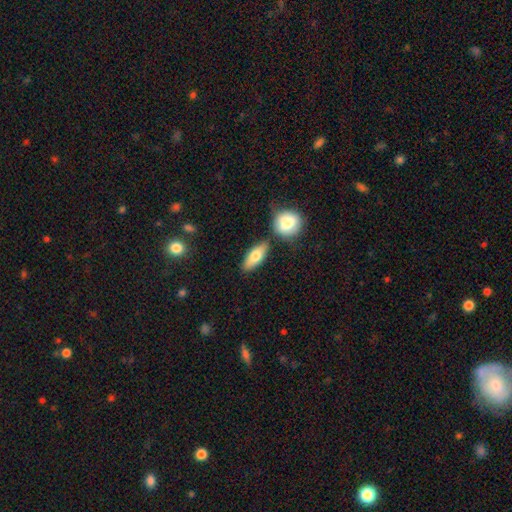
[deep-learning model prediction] smooth 72%, featured or disk 21%, star or artifact 7%. Down the decision tree: how rounded — in between (73%); merging — none (76%).